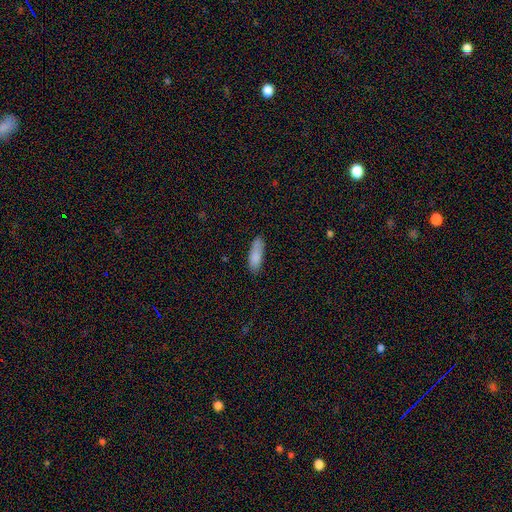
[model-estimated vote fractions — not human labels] This is clearly a smooth galaxy (86%). How rounded: possibly in between (59%). Merging: likely none (77%).